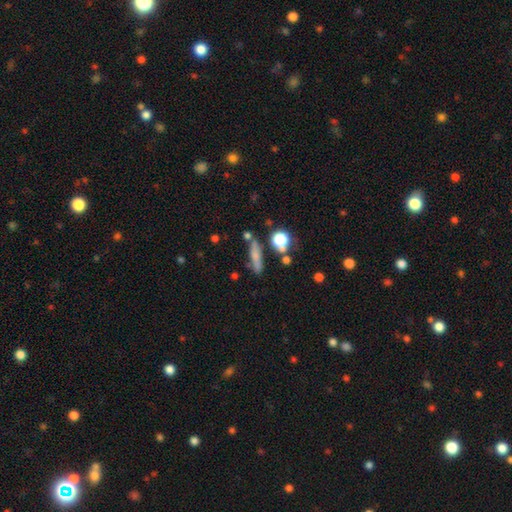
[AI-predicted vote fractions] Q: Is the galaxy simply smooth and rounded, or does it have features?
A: smooth — 67%.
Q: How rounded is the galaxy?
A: cigar-shaped — 70%.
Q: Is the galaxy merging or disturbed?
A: none — 71%.